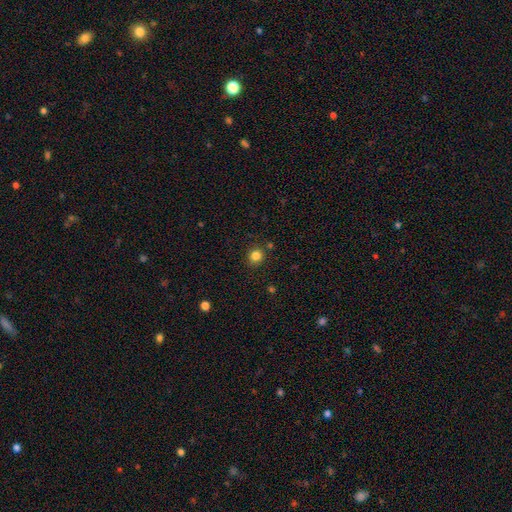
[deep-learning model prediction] smooth_or_featured: smooth (p=0.83) [alt: star or artifact p=0.13]
how_rounded: round (p=0.88) [alt: in between p=0.12]
merging: none (p=0.86) [alt: minor disturbance p=0.08]